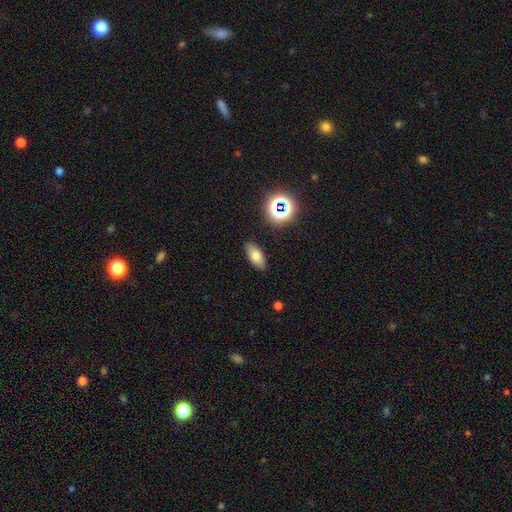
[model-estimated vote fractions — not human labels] This appears to be a smooth galaxy with no disk features (72%) that is in between round and cigar-shaped (84%). Merging: none (87%).